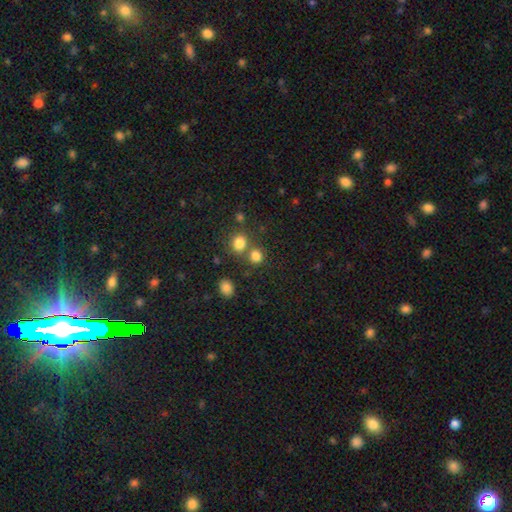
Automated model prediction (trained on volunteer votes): smooth-or-featured: smooth: 80% | star or artifact: 14% | featured or disk: 5%
  how-rounded: round: 79% | in between: 20% | cigar-shaped: 1%
  merging: none: 63% | merger: 26% | minor disturbance: 8% | major disturbance: 3%